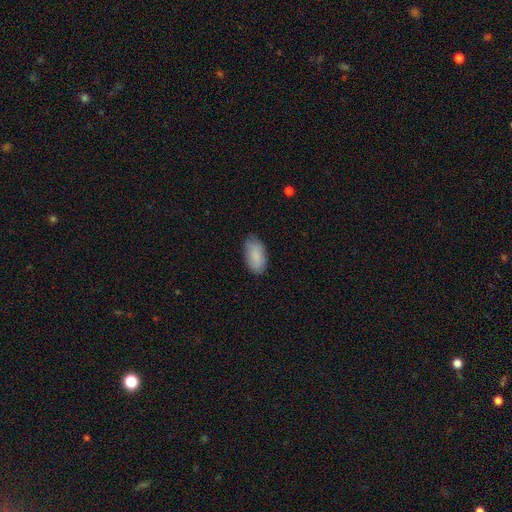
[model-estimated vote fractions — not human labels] This is clearly a smooth galaxy (87%). How rounded: clearly in between (94%). Merging: likely none (80%).